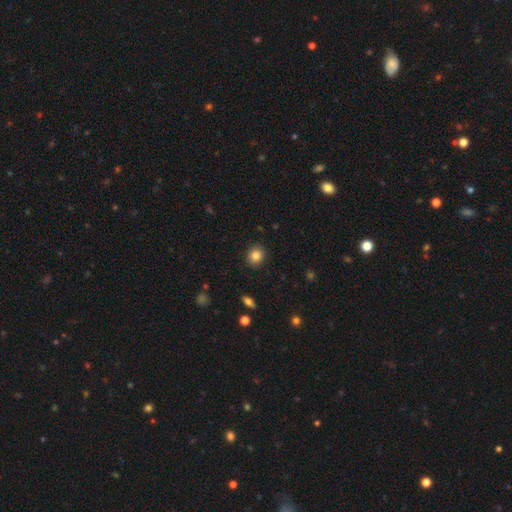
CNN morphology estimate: smooth-or-featured: smooth: 85% | star or artifact: 10% | featured or disk: 6%
  how-rounded: round: 75% | in between: 24% | cigar-shaped: 1%
  merging: none: 90% | minor disturbance: 7% | major disturbance: 2% | merger: 1%